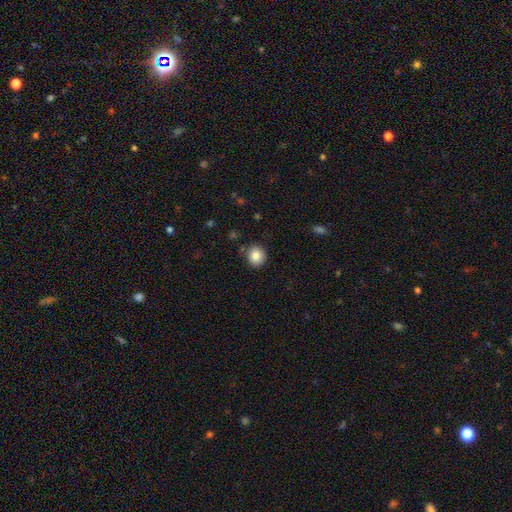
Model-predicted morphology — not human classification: The model was most divided on "how rounded": round: 81%, in between: 18%, cigar-shaped: 1%. More confident: merging — none (87%); smooth or featured — smooth (86%).